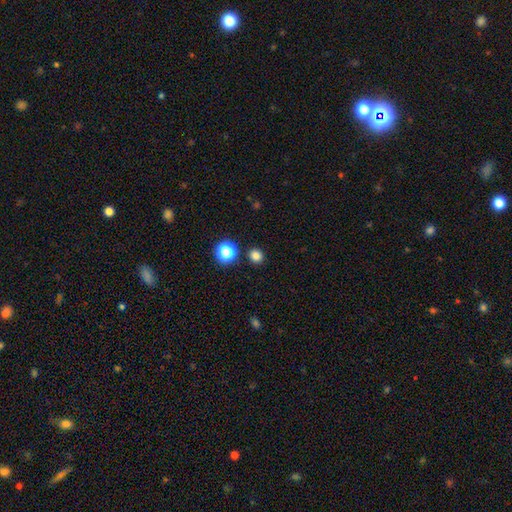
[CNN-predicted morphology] Overall: smooth (81%). How rounded: round (89%). Merging: none (90%).